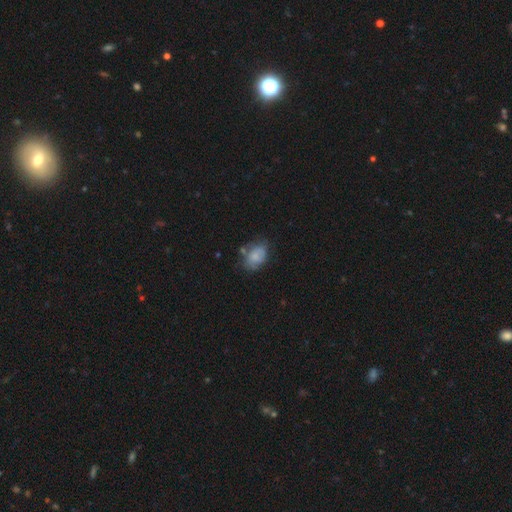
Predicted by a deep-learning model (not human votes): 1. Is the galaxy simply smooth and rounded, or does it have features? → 67% smooth, 24% featured or disk, 9% star or artifact.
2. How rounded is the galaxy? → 76% in between, 23% round, 1% cigar-shaped.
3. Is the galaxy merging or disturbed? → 47% none, 31% minor disturbance, 14% major disturbance, 8% merger.